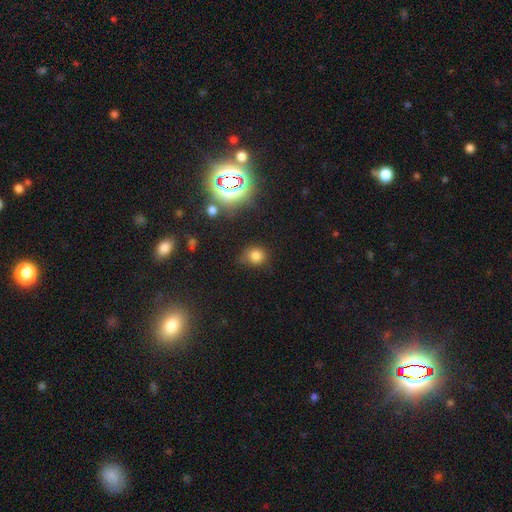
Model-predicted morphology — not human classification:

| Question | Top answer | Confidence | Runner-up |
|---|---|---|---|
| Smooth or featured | smooth | 75% | star or artifact (19%) |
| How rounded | round | 73% | in between (26%) |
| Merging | none | 63% | minor disturbance (26%) |